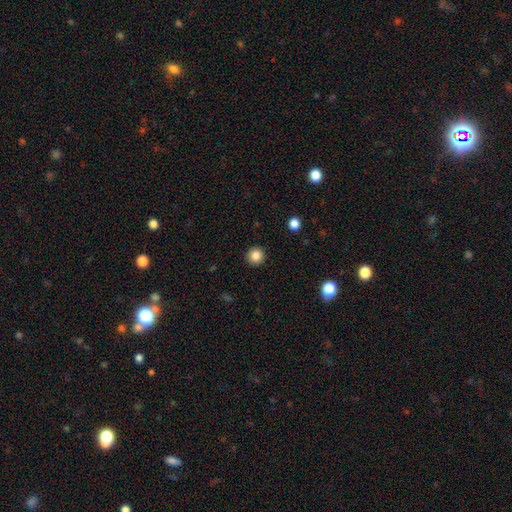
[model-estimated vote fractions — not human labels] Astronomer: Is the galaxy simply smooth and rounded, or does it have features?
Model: smooth — 84%.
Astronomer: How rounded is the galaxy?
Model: round — 94%.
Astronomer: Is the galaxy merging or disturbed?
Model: none — 92%.